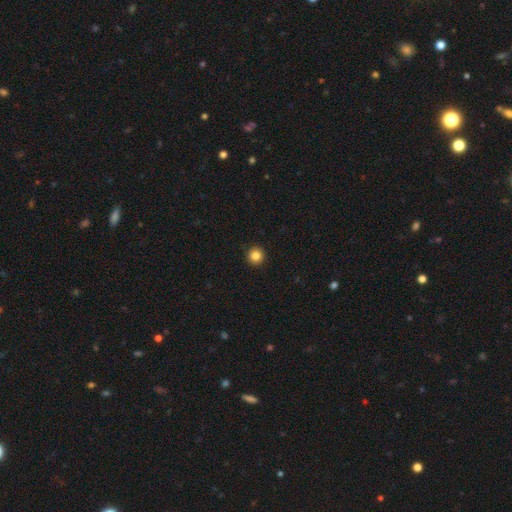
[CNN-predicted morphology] A smooth galaxy with no disk features (85%) that is round (95%).

Vote fractions:
- Smooth or featured? smooth: 85% / star or artifact: 11% / featured or disk: 5%
- How rounded? round: 95% / in between: 4% / cigar-shaped: 1%
- Merging? none: 93% / minor disturbance: 5% / major disturbance: 1% / merger: 1%